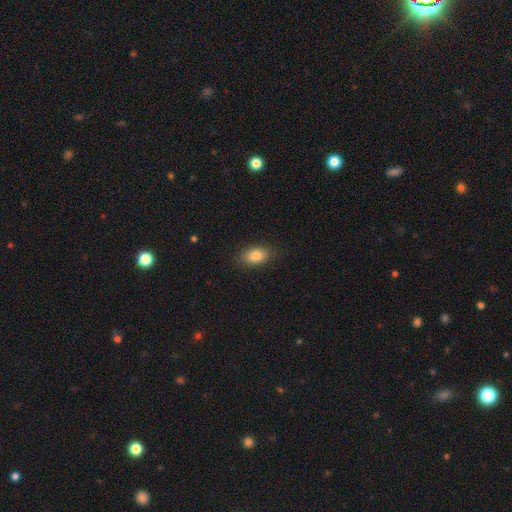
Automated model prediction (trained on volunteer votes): Smooth or featured: smooth — 82% (featured or disk — 9%)
How rounded: in between — 86% (round — 12%)
Merging: none — 85% (minor disturbance — 11%)